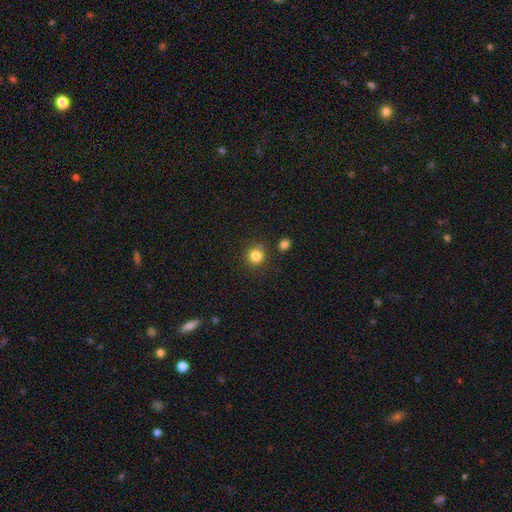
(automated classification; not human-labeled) smooth 83%, star or artifact 12%, featured or disk 5%. Down the decision tree: how rounded — round (91%); merging — none (82%).